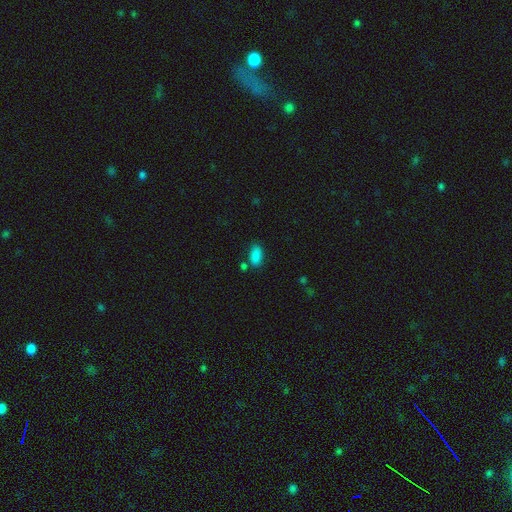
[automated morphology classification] type=smooth (87%); roundness=in between (92%); merging=none (75%).